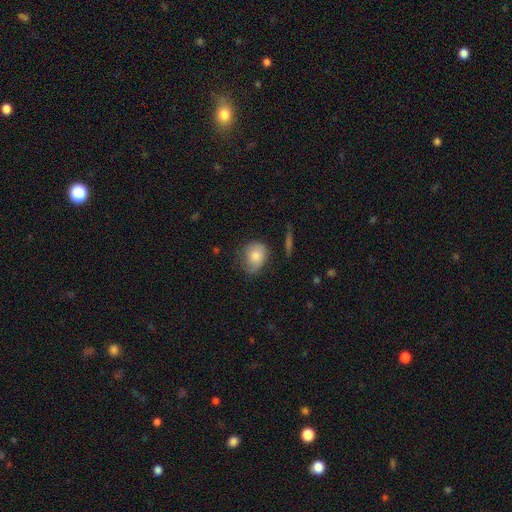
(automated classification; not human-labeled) smooth-or-featured: smooth: 78% | featured or disk: 14% | star or artifact: 8%
  how-rounded: round: 53% | in between: 46% | cigar-shaped: 1%
  merging: none: 56% | minor disturbance: 32% | major disturbance: 10% | merger: 2%